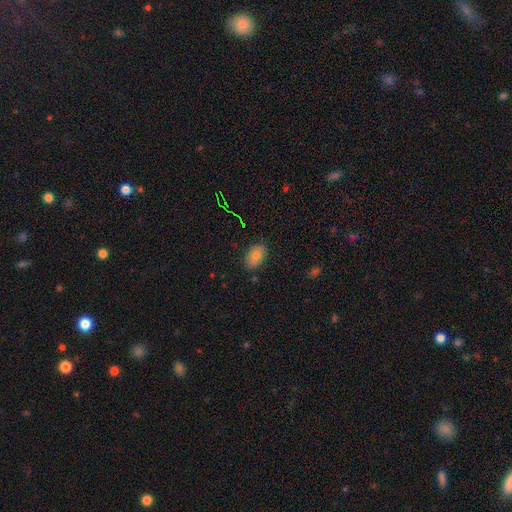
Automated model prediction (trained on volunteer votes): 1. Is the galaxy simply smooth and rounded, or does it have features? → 77% smooth, 13% featured or disk, 10% star or artifact.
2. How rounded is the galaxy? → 89% in between, 10% round, 1% cigar-shaped.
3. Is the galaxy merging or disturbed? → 84% none, 12% minor disturbance, 2% major disturbance, 2% merger.